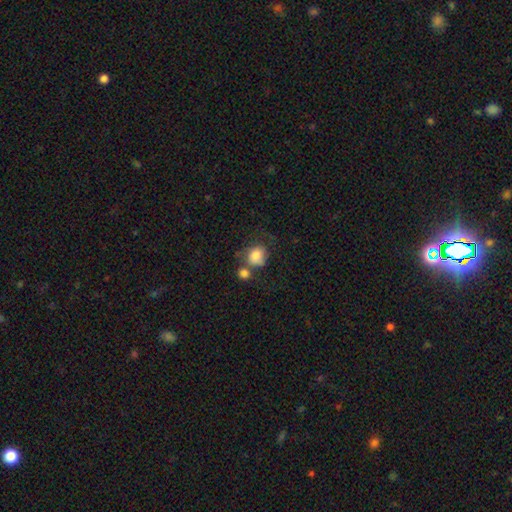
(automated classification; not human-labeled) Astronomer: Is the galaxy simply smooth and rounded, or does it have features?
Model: smooth — 79%.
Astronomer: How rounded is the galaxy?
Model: round — 65%.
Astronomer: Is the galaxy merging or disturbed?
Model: merger — 36% (runner-up: none, 33%).